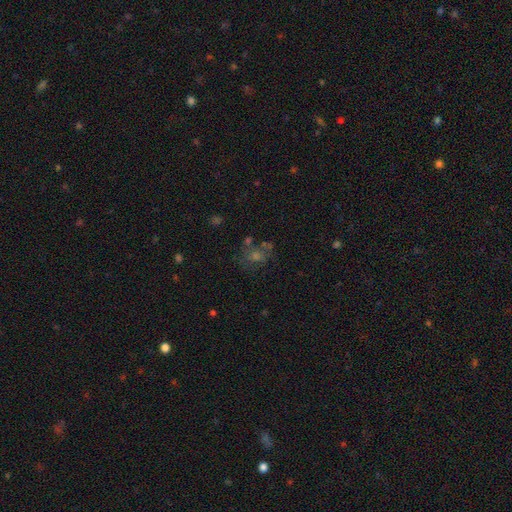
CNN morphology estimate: smooth-or-featured: smooth: 35% | star or artifact: 34% | featured or disk: 31%
  merging: none: 61% | minor disturbance: 18% | major disturbance: 12% | merger: 10%